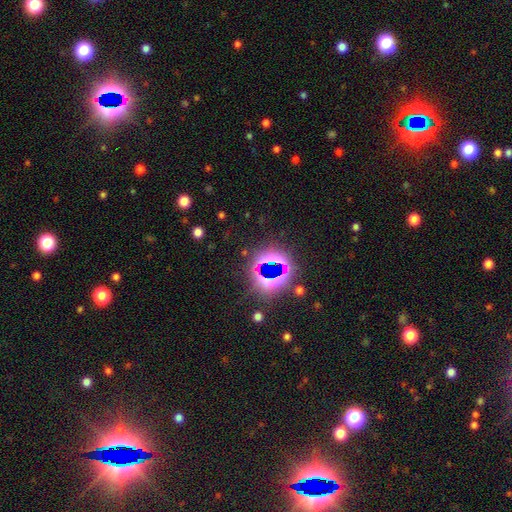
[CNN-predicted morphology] Q: Smooth or featured?
A: star or artifact (76%); runner-up: smooth (13%)